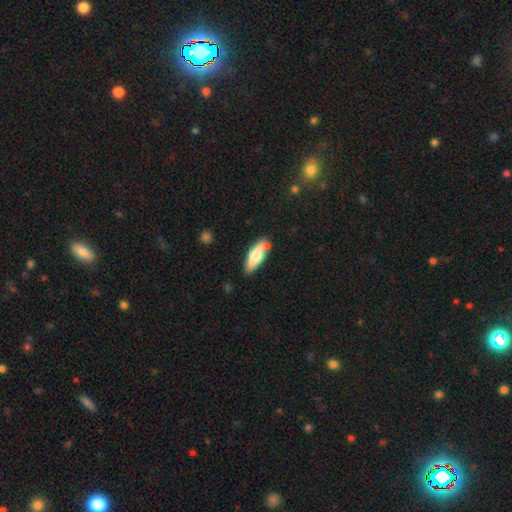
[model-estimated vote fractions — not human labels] Smooth or featured: smooth — 66% (featured or disk — 28%)
How rounded: in between — 54% (cigar-shaped — 44%)
Merging: none — 74% (minor disturbance — 17%)